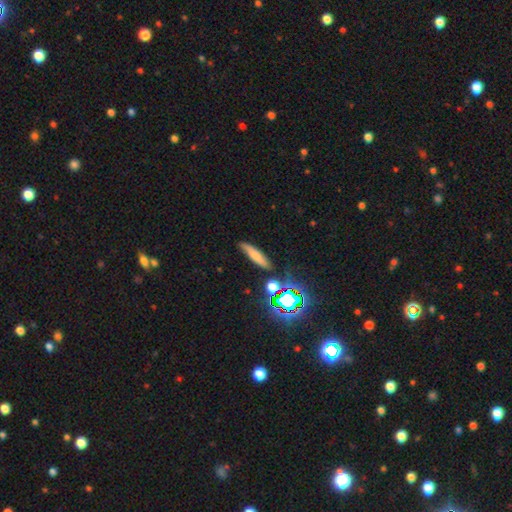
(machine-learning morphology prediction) This is likely a smooth galaxy (66%). How rounded: likely cigar-shaped (75%). Merging: clearly none (80%).